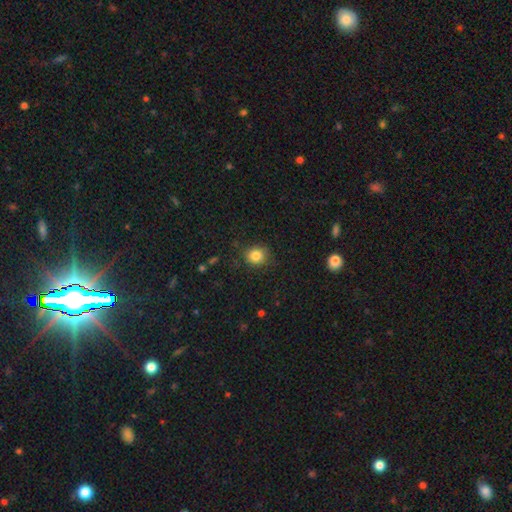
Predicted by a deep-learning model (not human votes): smooth_or_featured: smooth (p=0.83) [alt: star or artifact p=0.11]
how_rounded: round (p=0.81) [alt: in between p=0.18]
merging: none (p=0.81) [alt: minor disturbance p=0.14]